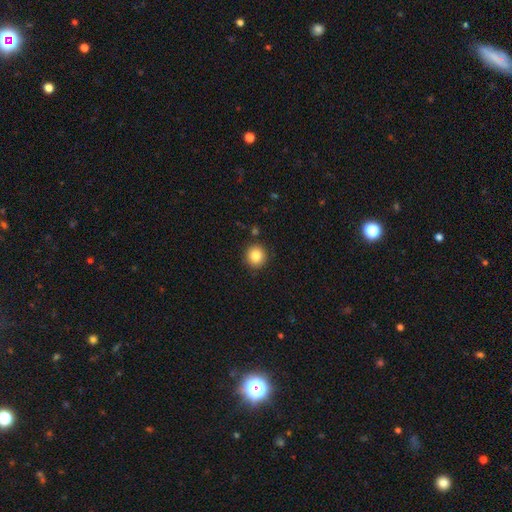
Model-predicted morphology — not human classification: A smooth galaxy with no disk features (85%) that is round (90%).

Vote fractions:
- Smooth or featured? smooth: 85% / star or artifact: 9% / featured or disk: 6%
- How rounded? round: 90% / in between: 9% / cigar-shaped: 1%
- Merging? none: 89% / minor disturbance: 7% / merger: 2% / major disturbance: 2%